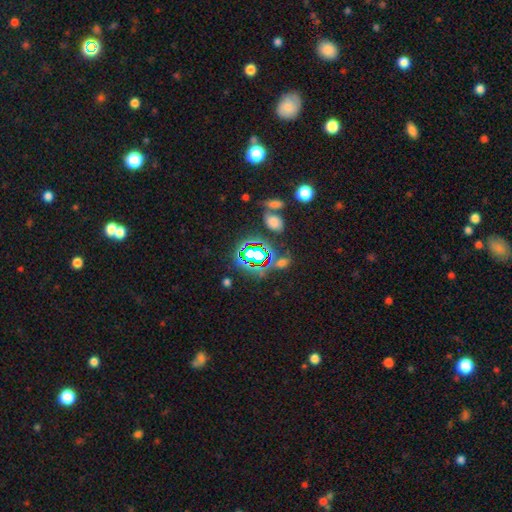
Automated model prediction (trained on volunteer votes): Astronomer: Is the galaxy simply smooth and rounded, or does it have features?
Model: star or artifact — 62%.